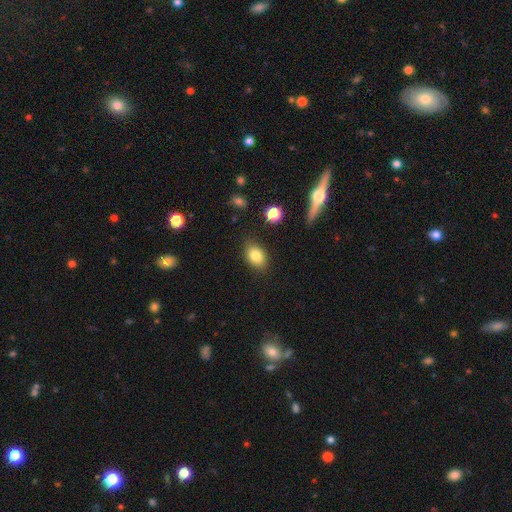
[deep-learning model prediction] smooth 82%, star or artifact 9%, featured or disk 8%. Down the decision tree: how rounded — in between (77%); merging — none (83%).